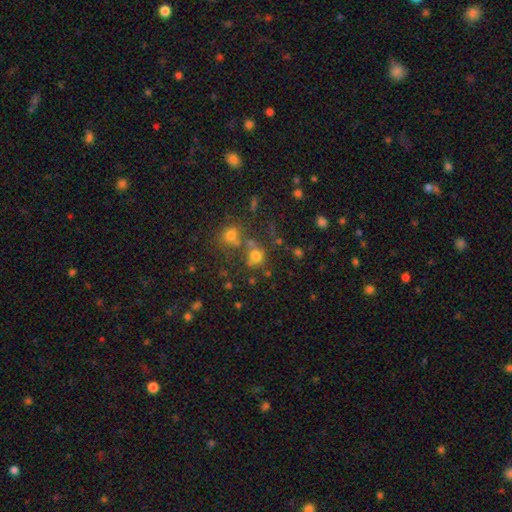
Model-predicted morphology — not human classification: Smooth or featured?
  - smooth: 69% *
  - star or artifact: 19%
  - featured or disk: 12%
How rounded?
  - round: 75% *
  - in between: 23%
  - cigar-shaped: 1%
Merging?
  - none: 50% *
  - merger: 30%
  - minor disturbance: 12%
  - major disturbance: 8%